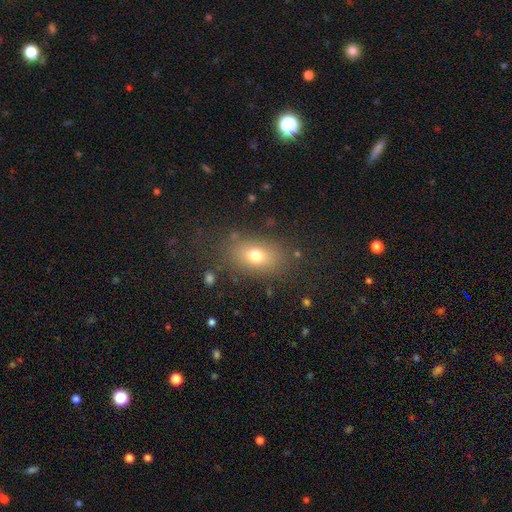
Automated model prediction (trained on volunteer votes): A smooth galaxy with no disk features (72%) that is in between round and cigar-shaped (77%). Merging: none (79%).